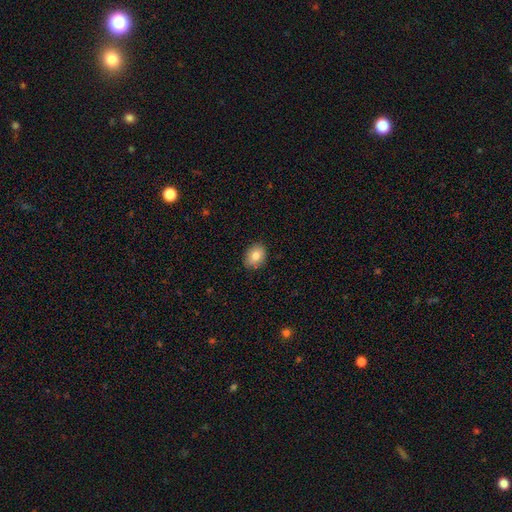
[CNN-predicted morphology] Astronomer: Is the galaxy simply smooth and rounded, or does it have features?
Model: smooth — 82%.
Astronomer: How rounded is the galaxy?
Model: in between — 65%.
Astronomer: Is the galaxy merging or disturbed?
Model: none — 87%.